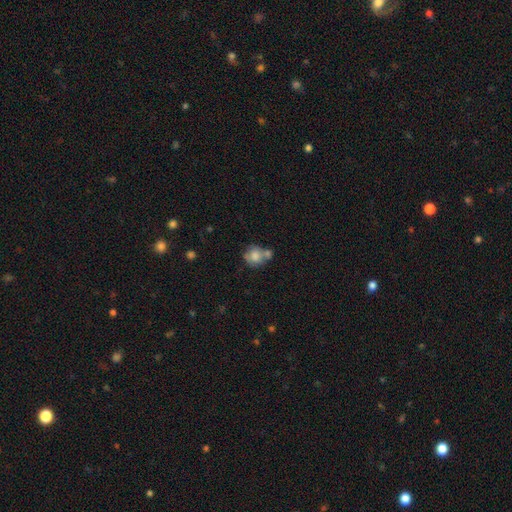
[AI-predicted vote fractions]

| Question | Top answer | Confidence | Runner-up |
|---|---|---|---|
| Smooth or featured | smooth | 74% | featured or disk (18%) |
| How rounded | round | 77% | in between (22%) |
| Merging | merger | 39% | tied: none (39%) |